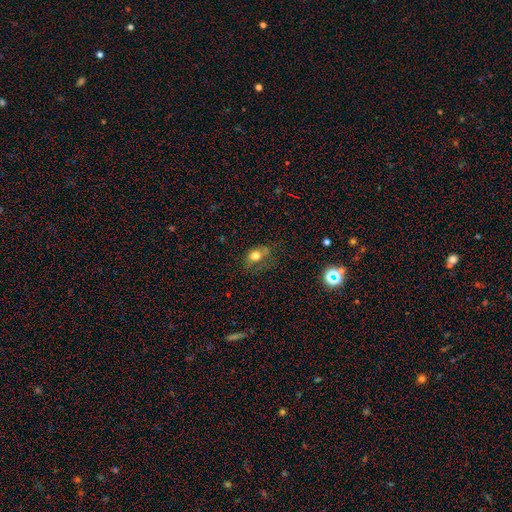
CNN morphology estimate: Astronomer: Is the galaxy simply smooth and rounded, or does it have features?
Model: smooth — 72%.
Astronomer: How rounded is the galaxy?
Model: in between — 66%.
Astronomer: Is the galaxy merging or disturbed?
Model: none — 48% (runner-up: minor disturbance, 30%).